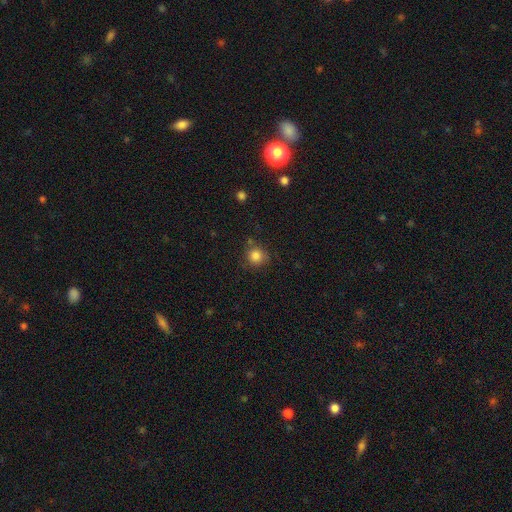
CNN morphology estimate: Smooth or featured?
  - smooth: 84% *
  - star or artifact: 11%
  - featured or disk: 5%
How rounded?
  - round: 91% *
  - in between: 8%
  - cigar-shaped: 1%
Merging?
  - none: 77% *
  - minor disturbance: 14%
  - merger: 5%
  - major disturbance: 4%